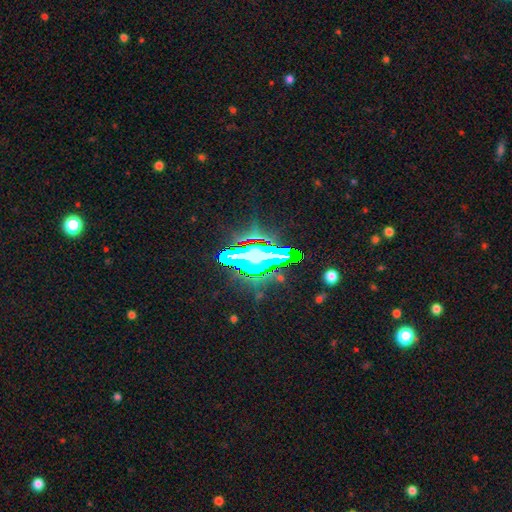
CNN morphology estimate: Smooth or featured?
  - star or artifact: 56% *
  - featured or disk: 23%
  - smooth: 21%